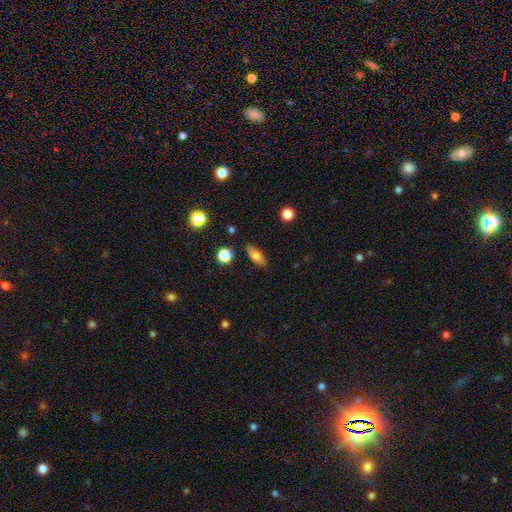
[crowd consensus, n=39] This appears to be a smooth galaxy with no disk features (77%) that is in between round and cigar-shaped (93%). Merging: none (74%).